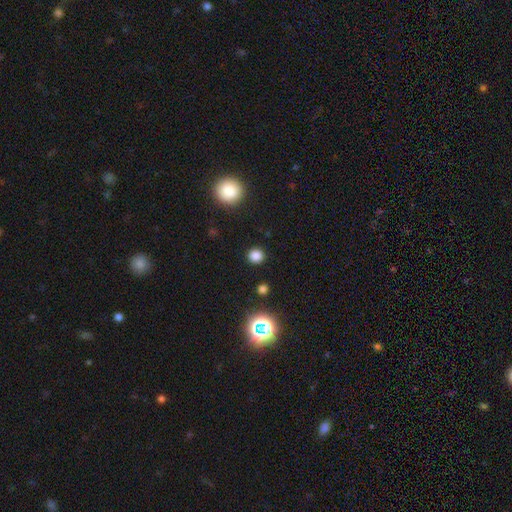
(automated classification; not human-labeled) This appears to be a smooth galaxy with no disk features (80%) that is round (88%). Merging: none (90%).